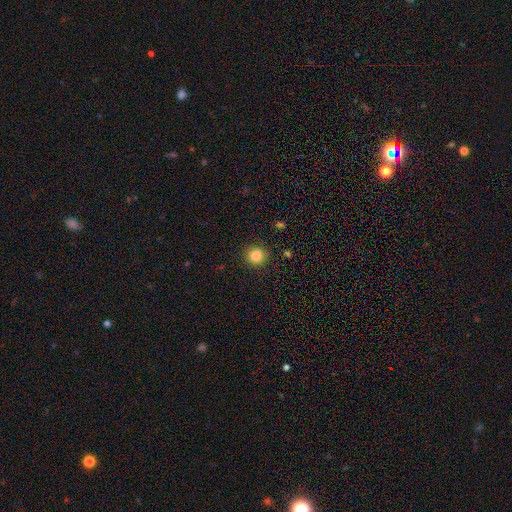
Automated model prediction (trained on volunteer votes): A smooth galaxy with no disk features (83%) that is round (92%).

Vote fractions:
- Smooth or featured? smooth: 83% / star or artifact: 12% / featured or disk: 6%
- How rounded? round: 92% / in between: 7% / cigar-shaped: 1%
- Merging? none: 88% / minor disturbance: 8% / major disturbance: 2% / merger: 1%